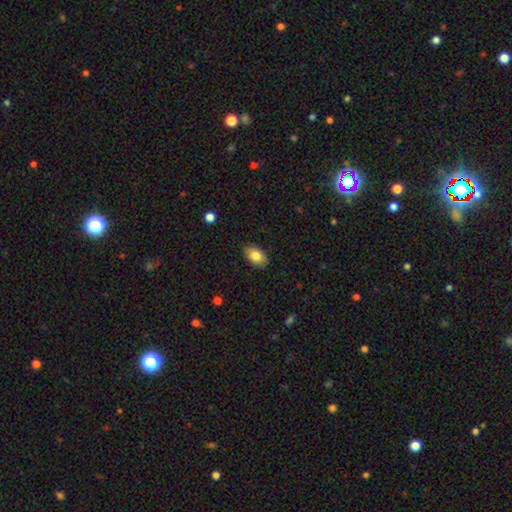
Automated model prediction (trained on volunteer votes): The model was most divided on "smooth or featured": smooth: 82%, featured or disk: 10%, star or artifact: 7%. More confident: how rounded — in between (91%); merging — none (87%).